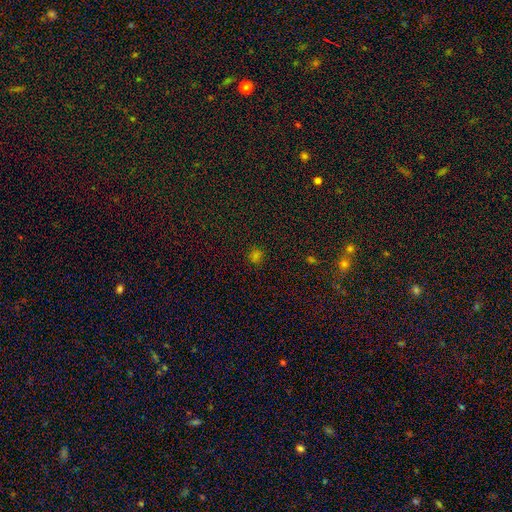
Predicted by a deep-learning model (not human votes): smooth_or_featured: smooth (p=0.65) [alt: star or artifact p=0.31]
how_rounded: round (p=0.78) [alt: in between p=0.20]
merging: none (p=0.84) [alt: minor disturbance p=0.10]